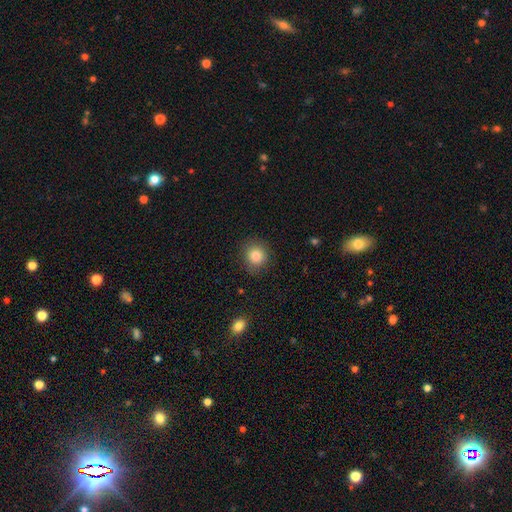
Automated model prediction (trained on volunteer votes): This is clearly a smooth galaxy (83%). How rounded: clearly round (86%). Merging: clearly none (87%).